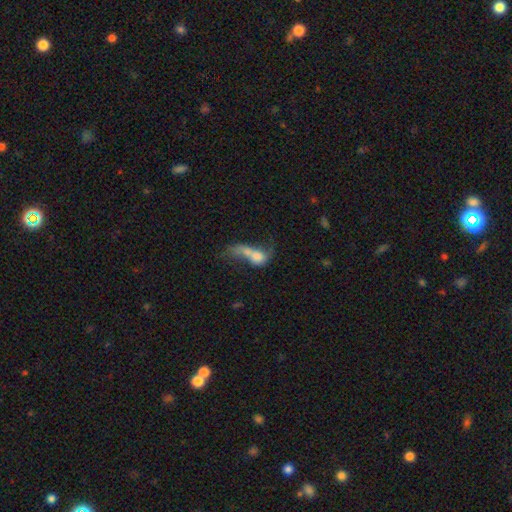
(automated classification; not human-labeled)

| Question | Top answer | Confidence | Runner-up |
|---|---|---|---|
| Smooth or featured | smooth | 51% | featured or disk (37%) |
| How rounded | in between | 58% | round (34%) |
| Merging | merger | 61% | major disturbance (22%) |